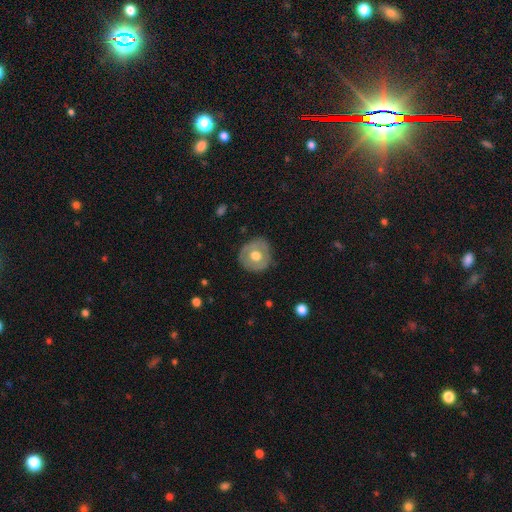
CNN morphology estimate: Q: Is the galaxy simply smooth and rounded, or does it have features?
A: smooth — 54%.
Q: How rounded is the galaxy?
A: round — 88%.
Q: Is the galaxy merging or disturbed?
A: none — 83%.